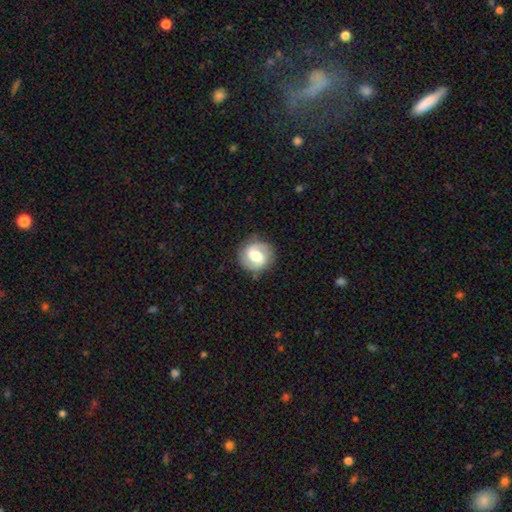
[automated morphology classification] featured or disk 61%, smooth 33%, star or artifact 7%. Down the decision tree: edge-on disk — no (97%); bar — weak (49%); spiral arms — yes (84%); bulge size — moderate (59%); merging — none (84%).